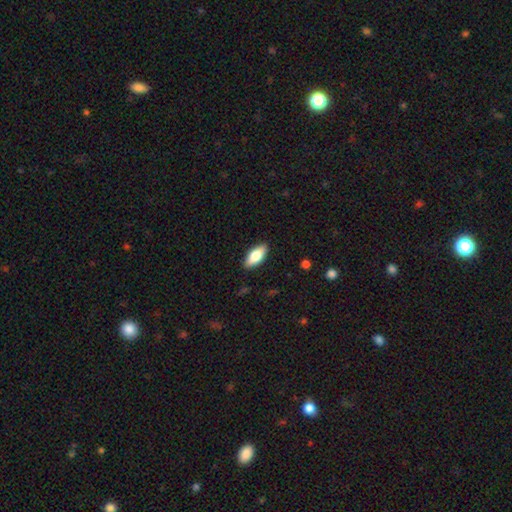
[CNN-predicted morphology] Overall: smooth (75%). How rounded: in between (84%). Merging: none (89%).